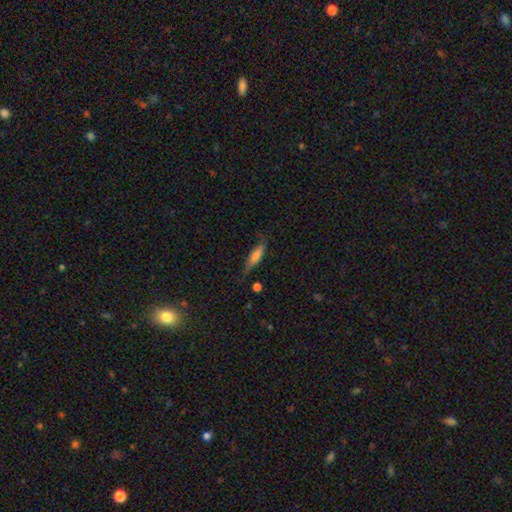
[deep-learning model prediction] A smooth galaxy with no disk features (67%) that is cigar-shaped (66%).

Vote fractions:
- Smooth or featured? smooth: 67% / featured or disk: 27% / star or artifact: 7%
- How rounded? cigar-shaped: 66% / in between: 31% / round: 2%
- Merging? none: 67% / minor disturbance: 25% / major disturbance: 6% / merger: 3%